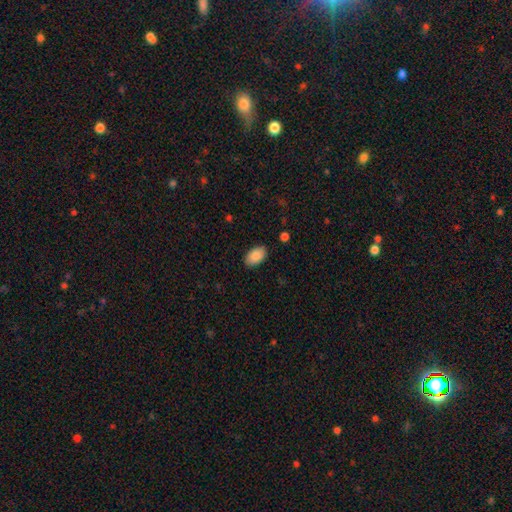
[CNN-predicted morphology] type=smooth (88%); roundness=in between (93%); merging=none (88%).